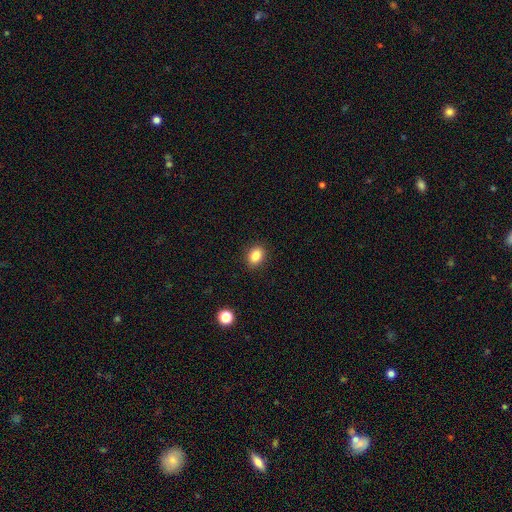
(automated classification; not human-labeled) Smooth or featured? smooth (85%)
How rounded? in between (62%)
Merging? none (90%)